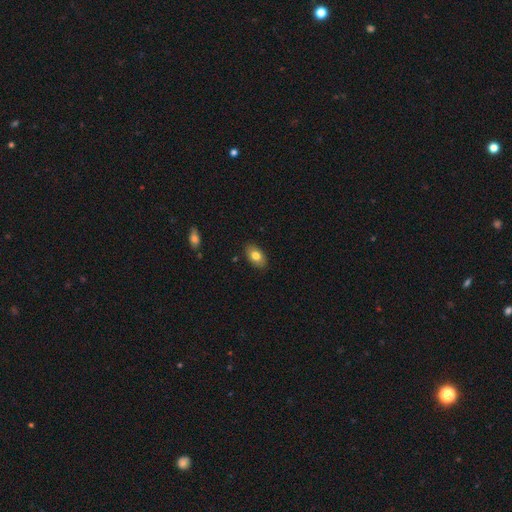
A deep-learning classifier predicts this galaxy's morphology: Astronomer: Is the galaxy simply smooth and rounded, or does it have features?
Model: smooth — 79%.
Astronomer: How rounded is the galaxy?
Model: in between — 91%.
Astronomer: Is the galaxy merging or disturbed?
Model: none — 87%.